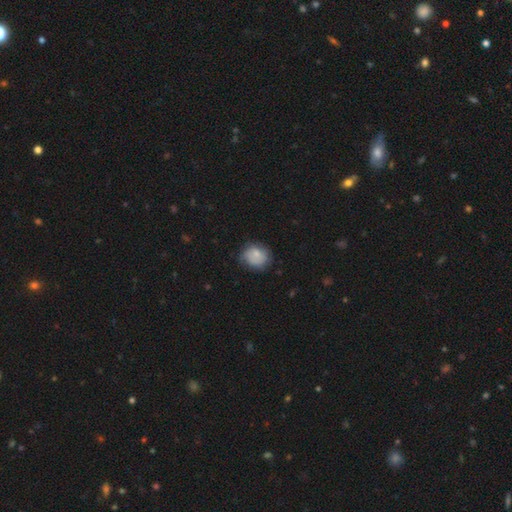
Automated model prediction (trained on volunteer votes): smooth-or-featured: smooth: 71% | featured or disk: 21% | star or artifact: 8%
  how-rounded: round: 68% | in between: 31% | cigar-shaped: 1%
  merging: none: 64% | minor disturbance: 27% | major disturbance: 7% | merger: 2%